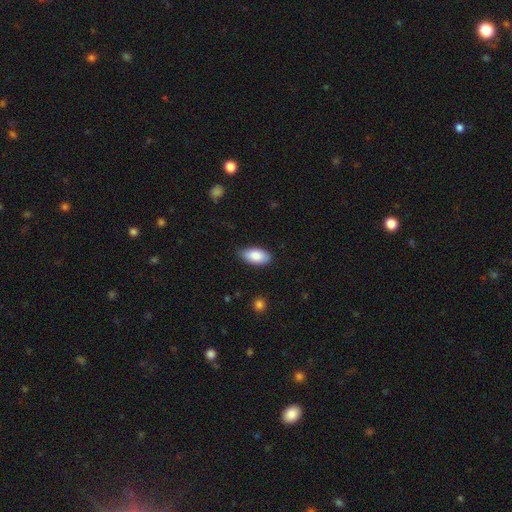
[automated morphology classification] smooth-or-featured: smooth: 87% | featured or disk: 7% | star or artifact: 6%
  how-rounded: in between: 94% | cigar-shaped: 3% | round: 3%
  merging: none: 78% | minor disturbance: 18% | major disturbance: 3% | merger: 1%